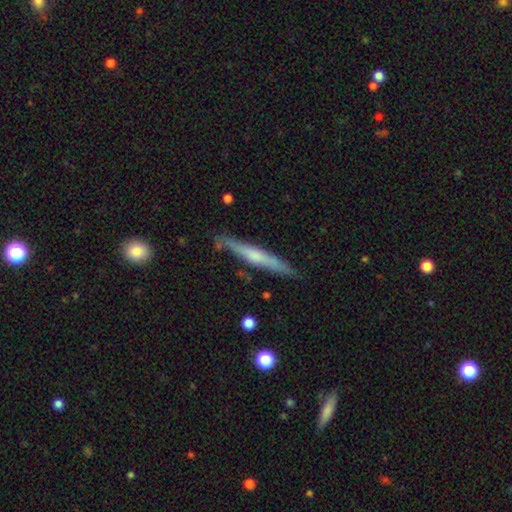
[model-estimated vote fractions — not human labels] Smooth or featured? Predicted: featured or disk (p=0.52). Edge-on disk? Predicted: yes (p=0.95). Merging? Predicted: none (p=0.85).